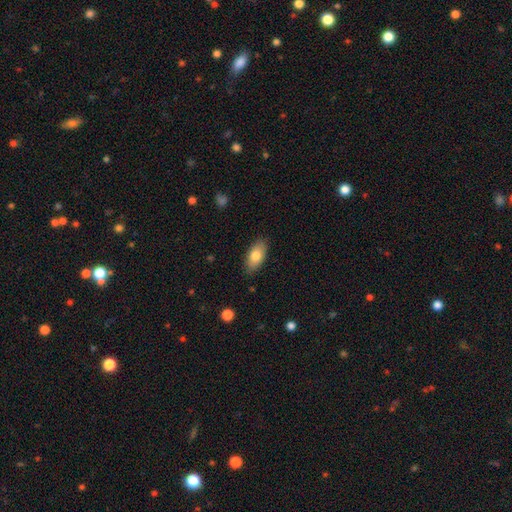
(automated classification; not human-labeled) Smooth or featured? Predicted: smooth (p=0.79). How rounded? Predicted: in between (p=0.90). Merging? Predicted: none (p=0.85).